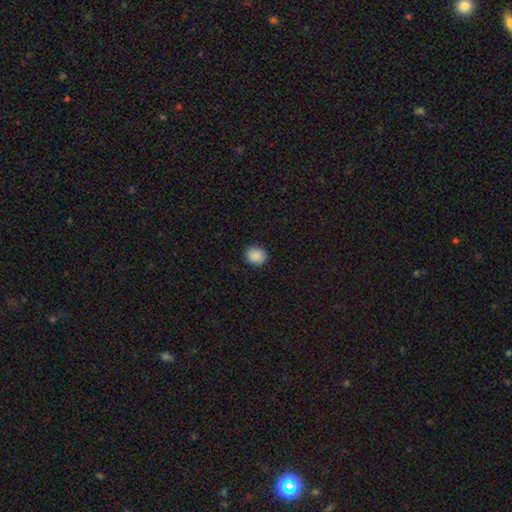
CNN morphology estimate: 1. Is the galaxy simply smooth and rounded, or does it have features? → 89% smooth, 9% star or artifact, 2% featured or disk.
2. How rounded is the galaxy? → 72% round, 27% in between, 1% cigar-shaped.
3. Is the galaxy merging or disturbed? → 90% none, 7% minor disturbance, 2% major disturbance, 1% merger.